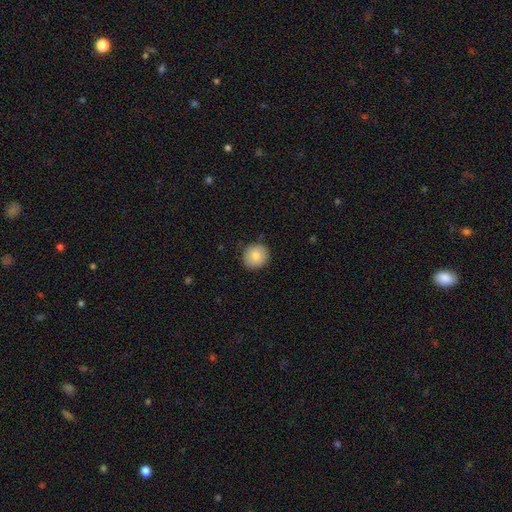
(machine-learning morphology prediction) Smooth or featured? Predicted: smooth (p=0.82). How rounded? Predicted: round (p=0.85). Merging? Predicted: none (p=0.87).